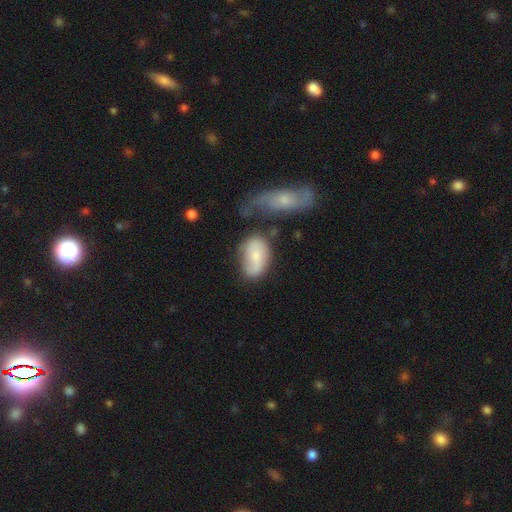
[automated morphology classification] Q: Smooth or featured?
A: smooth (63%); runner-up: featured or disk (30%)
Q: How rounded?
A: in between (88%); runner-up: round (10%)
Q: Merging?
A: none (44%); runner-up: minor disturbance (26%)